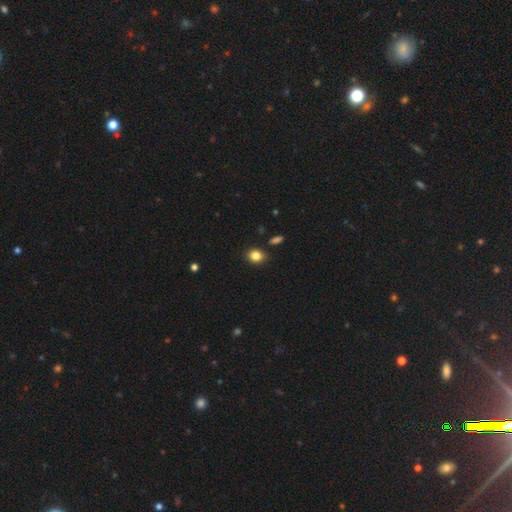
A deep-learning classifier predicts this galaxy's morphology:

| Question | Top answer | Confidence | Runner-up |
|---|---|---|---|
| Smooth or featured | smooth | 84% | star or artifact (10%) |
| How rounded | round | 56% | in between (43%) |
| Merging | none | 87% | minor disturbance (9%) |